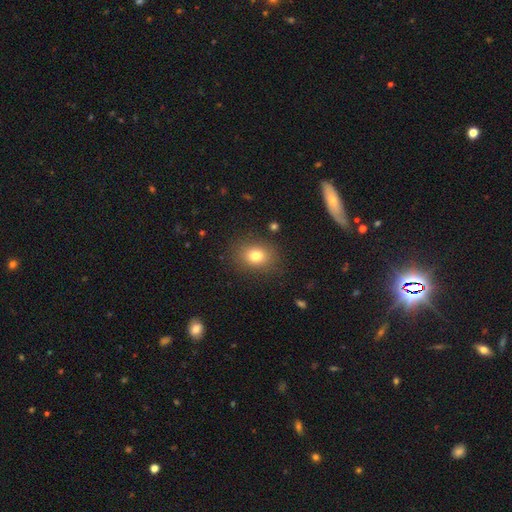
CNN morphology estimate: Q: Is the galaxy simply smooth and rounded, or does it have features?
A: smooth — 78%.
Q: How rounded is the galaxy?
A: round — 50%.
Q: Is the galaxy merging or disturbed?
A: none — 85%.